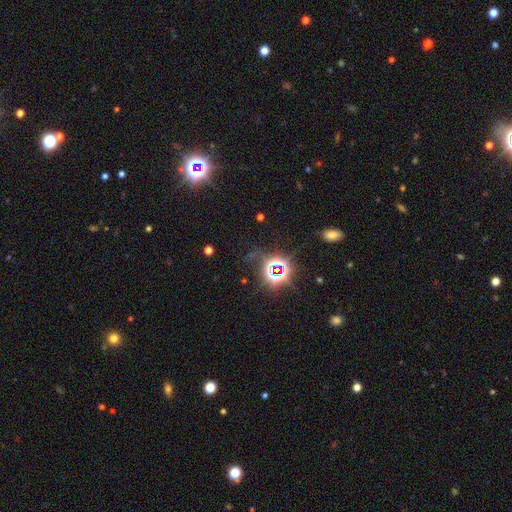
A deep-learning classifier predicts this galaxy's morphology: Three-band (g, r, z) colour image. It shows a star or artifact, not a galaxy (78%).